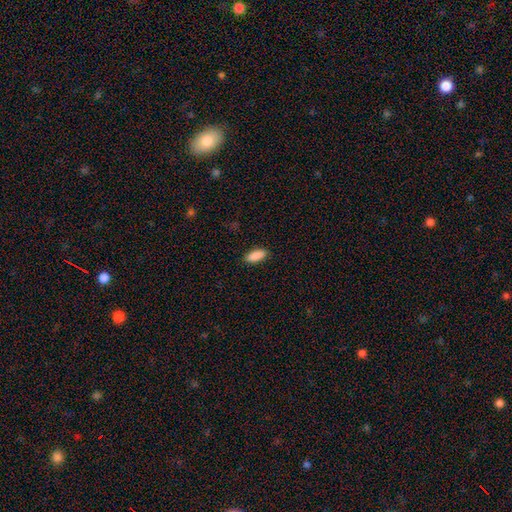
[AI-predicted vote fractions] A smooth galaxy with no disk features (90%) that is in between round and cigar-shaped (82%).

Vote fractions:
- Smooth or featured? smooth: 90% / star or artifact: 6% / featured or disk: 4%
- How rounded? in between: 82% / cigar-shaped: 17% / round: 2%
- Merging? none: 89% / minor disturbance: 8% / major disturbance: 2% / merger: 1%